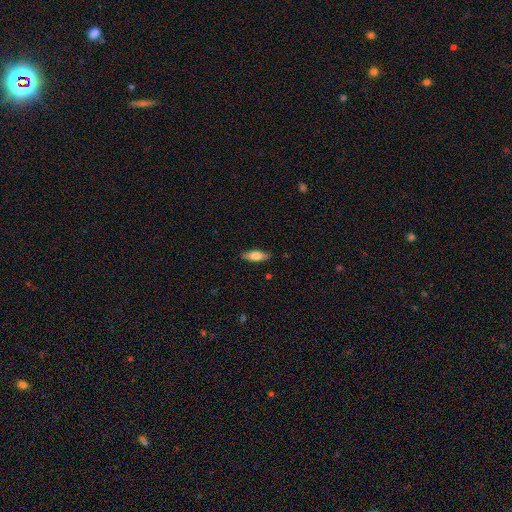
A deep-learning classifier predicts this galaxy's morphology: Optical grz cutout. It shows a smooth galaxy with no disk features (68%) that is in between round and cigar-shaped (65%). Merging: none (87%).